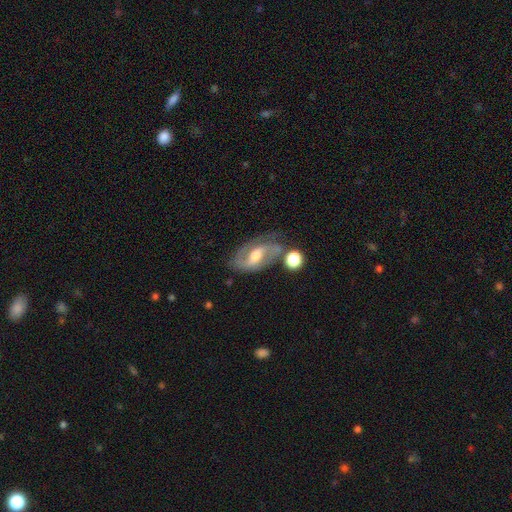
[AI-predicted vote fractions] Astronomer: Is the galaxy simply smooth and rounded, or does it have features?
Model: featured or disk — 81%.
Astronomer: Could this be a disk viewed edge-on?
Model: no — 95%.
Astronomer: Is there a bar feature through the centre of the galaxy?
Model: weak — 46% (runner-up: strong, 34%).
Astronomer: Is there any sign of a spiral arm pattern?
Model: yes — 93%.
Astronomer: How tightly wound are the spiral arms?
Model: medium — 54%.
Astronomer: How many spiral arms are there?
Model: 2 — 87%.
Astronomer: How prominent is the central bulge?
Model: moderate — 62%.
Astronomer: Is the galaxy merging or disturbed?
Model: none — 62%.